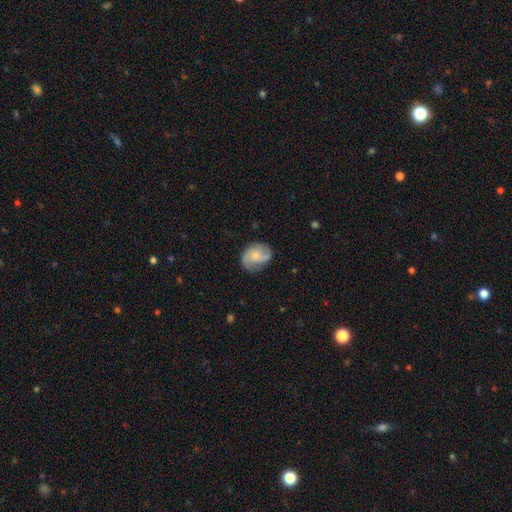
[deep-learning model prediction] This appears to be a featured or disk galaxy (67%) with no bar (70%), 2 (71%) medium (47%) spiral arms (93%) and a small central bulge (56%). Merging: none (69%).